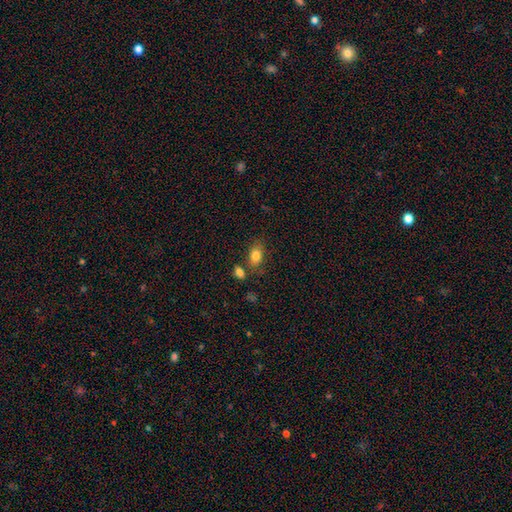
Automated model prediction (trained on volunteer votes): The model was most divided on "merging": none: 71%, minor disturbance: 13%, merger: 12%, major disturbance: 4%. More confident: how rounded — in between (84%); smooth or featured — smooth (82%).